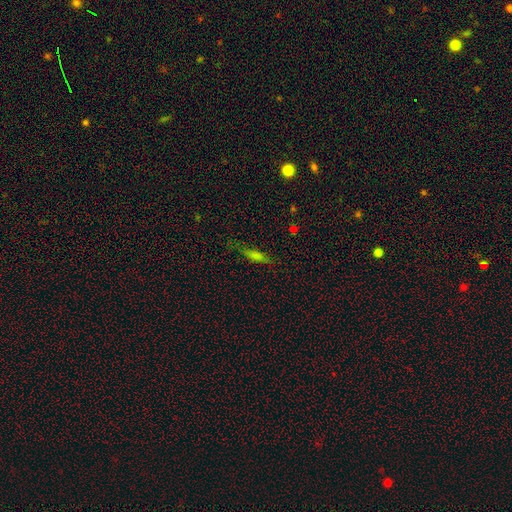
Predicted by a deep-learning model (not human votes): This appears to be a smooth galaxy with no disk features (51%) that is cigar-shaped (70%). Merging: none (75%).